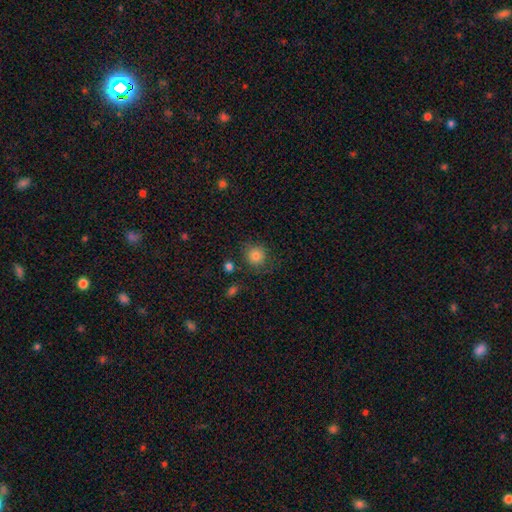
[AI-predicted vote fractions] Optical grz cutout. It shows a smooth galaxy with no disk features (82%) that is round (90%). Merging: none (80%).